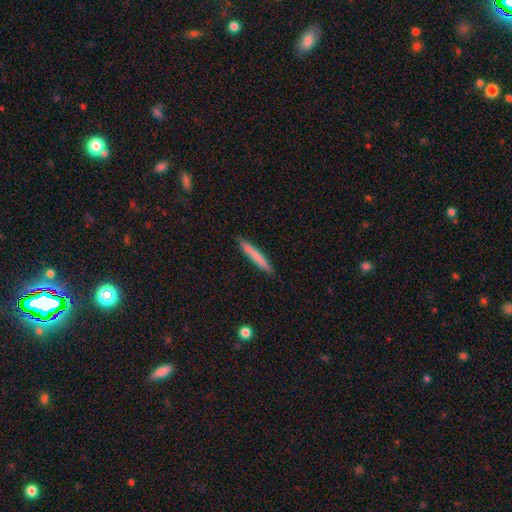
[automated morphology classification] The model was most divided on "smooth or featured": smooth: 74%, featured or disk: 20%, star or artifact: 6%. More confident: how rounded — cigar-shaped (96%); merging — none (89%).